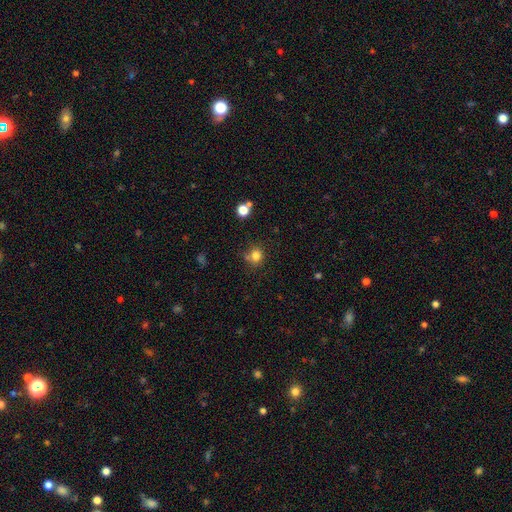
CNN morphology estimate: A smooth galaxy with no disk features (80%) that is round (84%). Merging: none (69%).